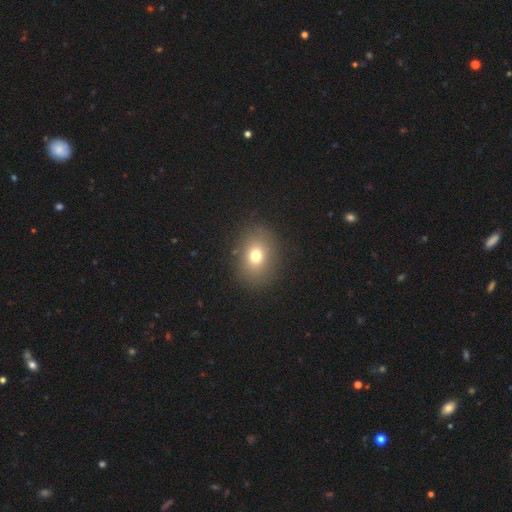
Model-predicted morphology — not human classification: smooth 75%, star or artifact 13%, featured or disk 12%. Down the decision tree: how rounded — in between (55%); merging — none (86%).